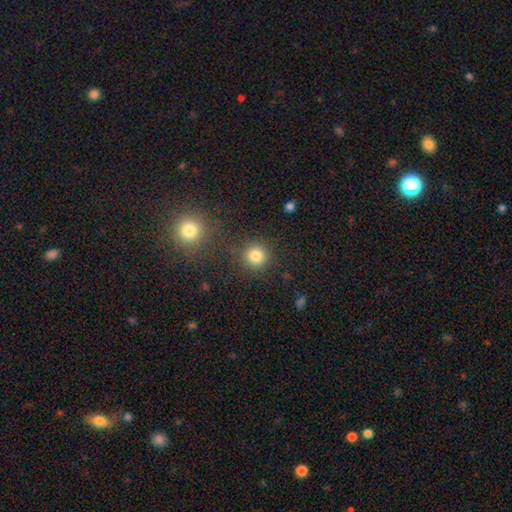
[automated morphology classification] A smooth galaxy with no disk features (83%) that is round (93%). Merging: none (84%).